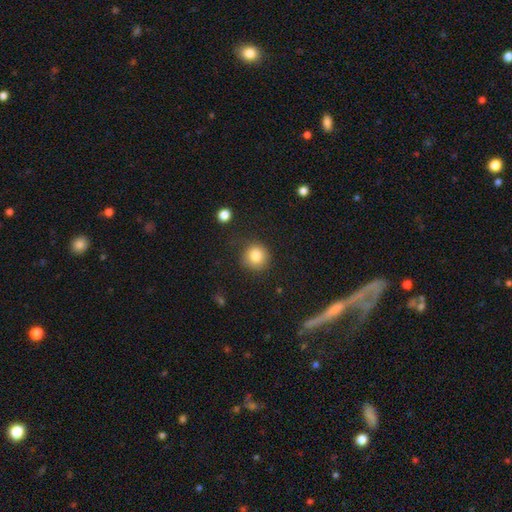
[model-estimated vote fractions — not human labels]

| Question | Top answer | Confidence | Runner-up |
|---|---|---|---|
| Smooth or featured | smooth | 83% | star or artifact (10%) |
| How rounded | round | 92% | in between (7%) |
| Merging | none | 81% | minor disturbance (12%) |